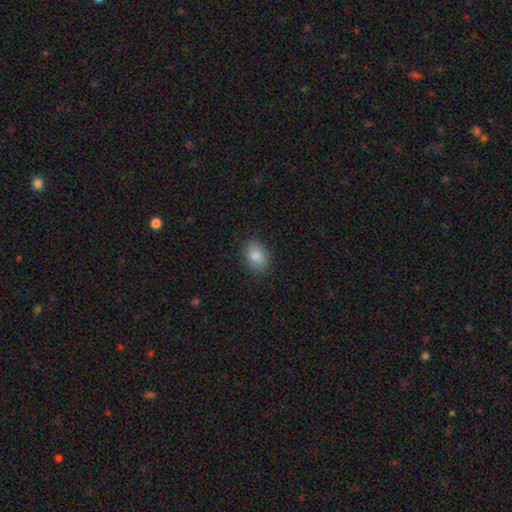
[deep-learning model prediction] Smooth or featured: smooth — 85% (star or artifact — 9%)
How rounded: in between — 77% (round — 22%)
Merging: none — 85% (minor disturbance — 11%)